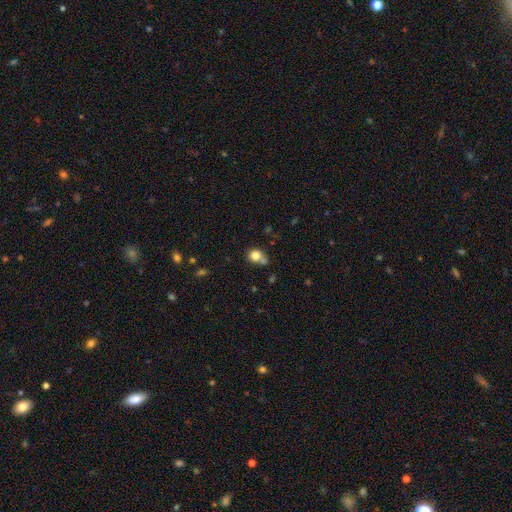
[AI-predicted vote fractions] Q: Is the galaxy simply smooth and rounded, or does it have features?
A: smooth — 81%.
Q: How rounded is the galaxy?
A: round — 76%.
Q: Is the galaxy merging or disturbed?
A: none — 54%.